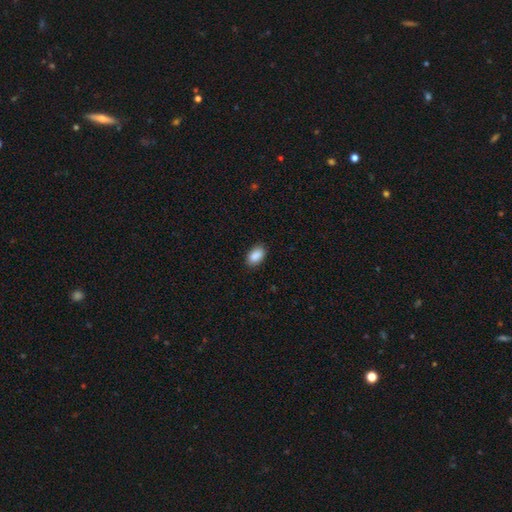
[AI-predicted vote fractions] smooth-or-featured: smooth: 90% | star or artifact: 7% | featured or disk: 3%
  how-rounded: in between: 92% | round: 7% | cigar-shaped: 2%
  merging: none: 86% | minor disturbance: 11% | major disturbance: 2% | merger: 1%